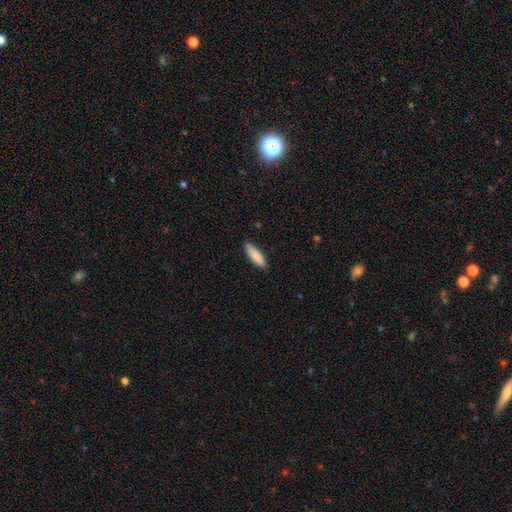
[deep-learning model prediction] A smooth galaxy with no disk features (88%) that is cigar-shaped (54%).

Vote fractions:
- Smooth or featured? smooth: 88% / featured or disk: 7% / star or artifact: 6%
- How rounded? cigar-shaped: 54% / in between: 44% / round: 1%
- Merging? none: 85% / minor disturbance: 12% / major disturbance: 2% / merger: 1%